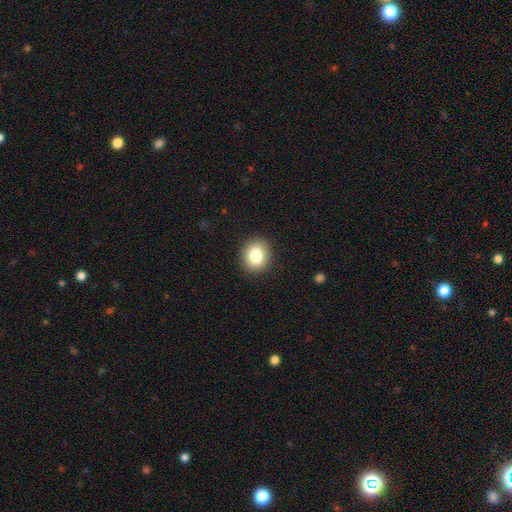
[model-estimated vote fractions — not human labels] Q: Smooth or featured?
A: smooth (82%); runner-up: star or artifact (10%)
Q: How rounded?
A: round (67%); runner-up: in between (32%)
Q: Merging?
A: none (90%); runner-up: minor disturbance (7%)